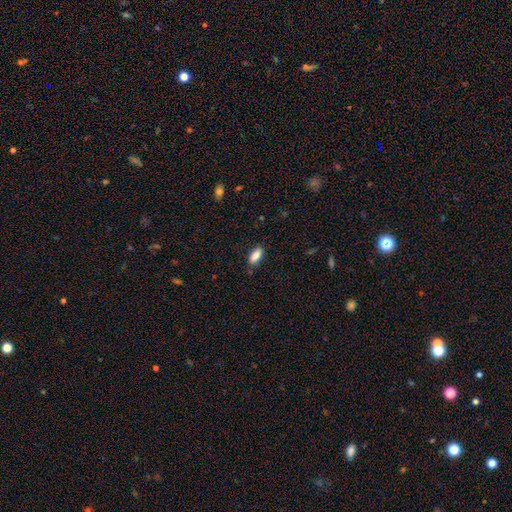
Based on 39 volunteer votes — A smooth galaxy with no disk features (87%) that is in between round and cigar-shaped (71%). Merging: none (89%).